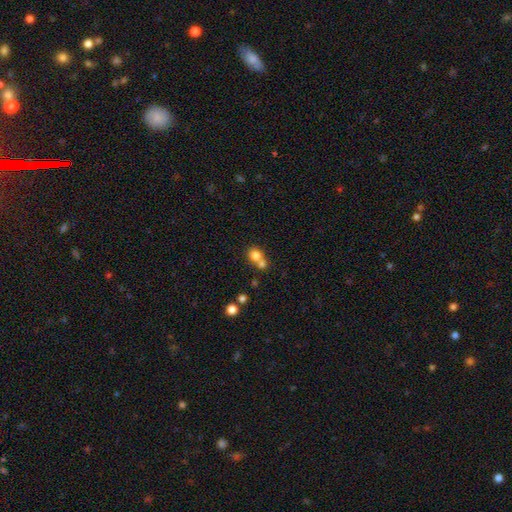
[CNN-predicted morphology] Smooth or featured?
  - smooth: 76% *
  - featured or disk: 12%
  - star or artifact: 12%
How rounded?
  - round: 76% *
  - in between: 23%
  - cigar-shaped: 1%
Merging?
  - merger: 56% *
  - none: 35%
  - minor disturbance: 6%
  - major disturbance: 3%